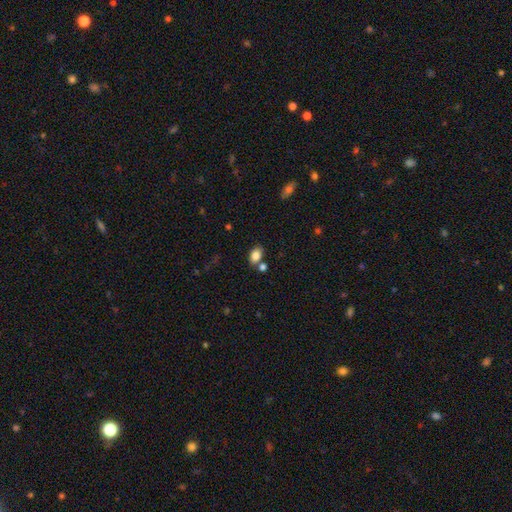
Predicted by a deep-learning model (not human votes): smooth_or_featured: smooth (p=0.84) [alt: star or artifact p=0.09]
how_rounded: in between (p=0.85) [alt: round p=0.13]
merging: none (p=0.68) [alt: merger p=0.16]